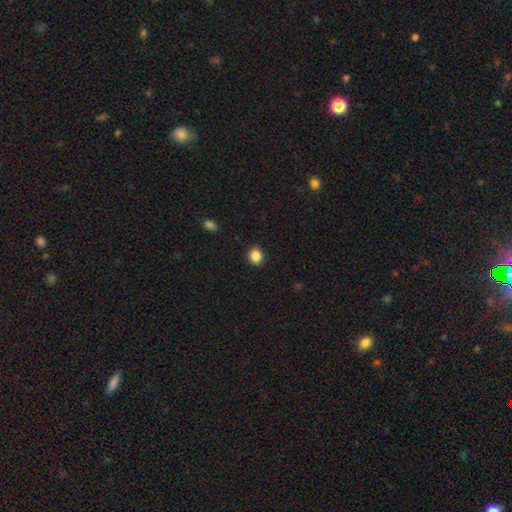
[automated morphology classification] Smooth or featured: smooth — 86% (star or artifact — 10%)
How rounded: round — 61% (in between — 38%)
Merging: none — 90% (minor disturbance — 7%)